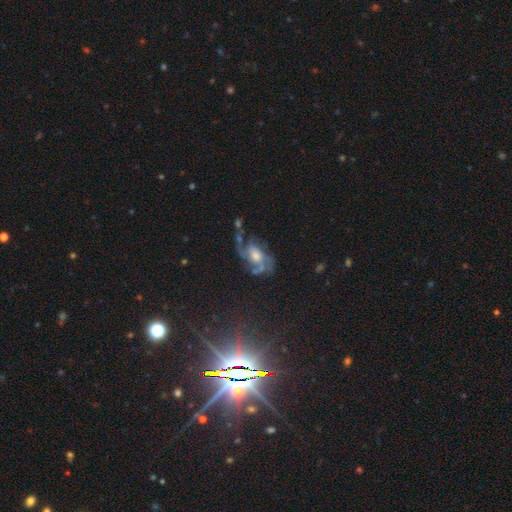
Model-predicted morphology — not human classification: A featured or disk galaxy (77%) with no bar (64%), 2 (36%) medium (48%) spiral arms (92%) and a moderate central bulge (58%). Merging: none (53%).